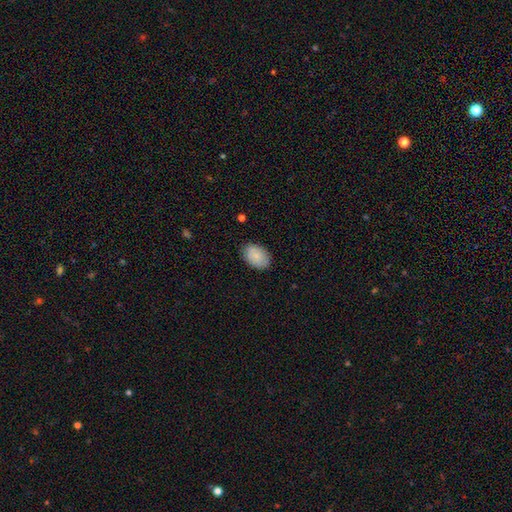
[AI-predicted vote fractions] Smooth or featured? Predicted: smooth (p=0.86). How rounded? Predicted: in between (p=0.85). Merging? Predicted: none (p=0.84).